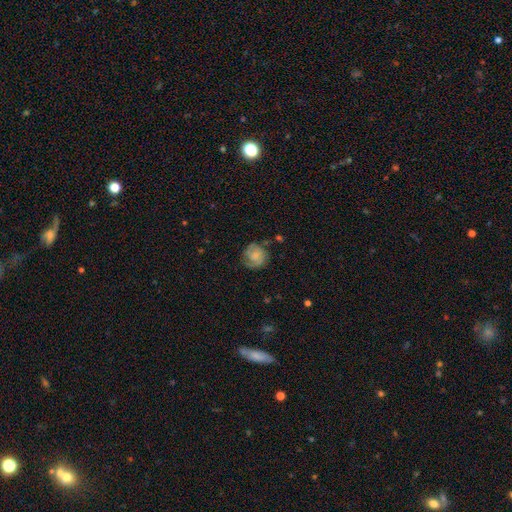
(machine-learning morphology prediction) Smooth or featured?
  - featured or disk: 49% *
  - smooth: 43%
  - star or artifact: 8%
Merging?
  - none: 65% *
  - minor disturbance: 22%
  - major disturbance: 10%
  - merger: 2%